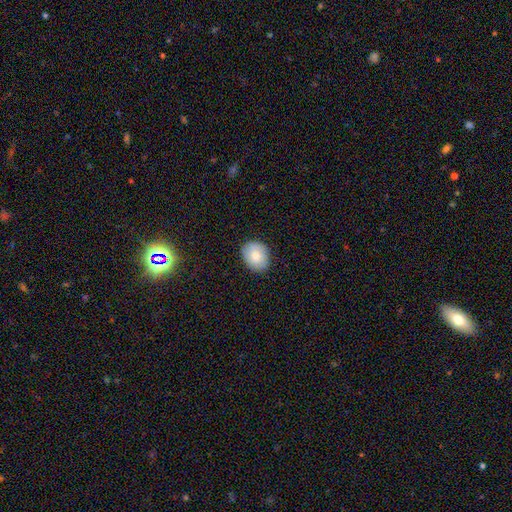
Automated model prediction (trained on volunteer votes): This is likely a smooth galaxy (80%). How rounded: possibly in between (50%). Merging: clearly none (86%).